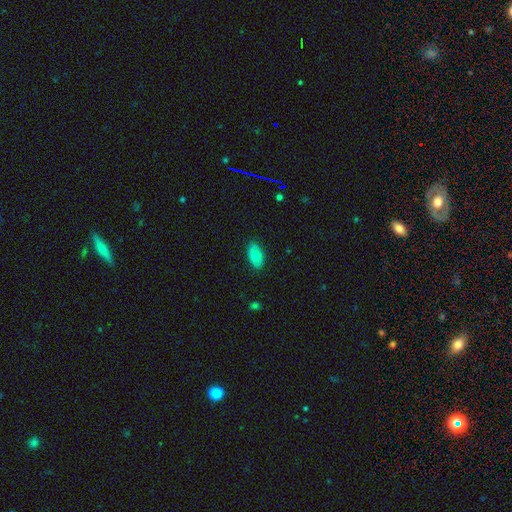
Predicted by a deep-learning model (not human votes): Smooth or featured?
  - smooth: 71% *
  - featured or disk: 21%
  - star or artifact: 8%
How rounded?
  - in between: 92% *
  - round: 6%
  - cigar-shaped: 2%
Merging?
  - none: 84% *
  - minor disturbance: 13%
  - major disturbance: 2%
  - merger: 1%